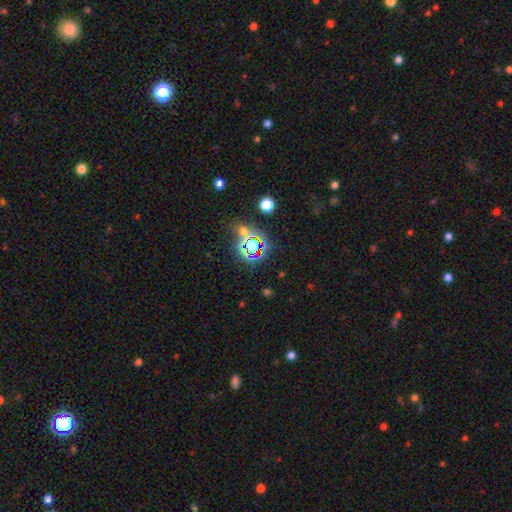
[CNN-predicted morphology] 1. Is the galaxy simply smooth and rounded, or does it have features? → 69% star or artifact, 21% smooth, 10% featured or disk.